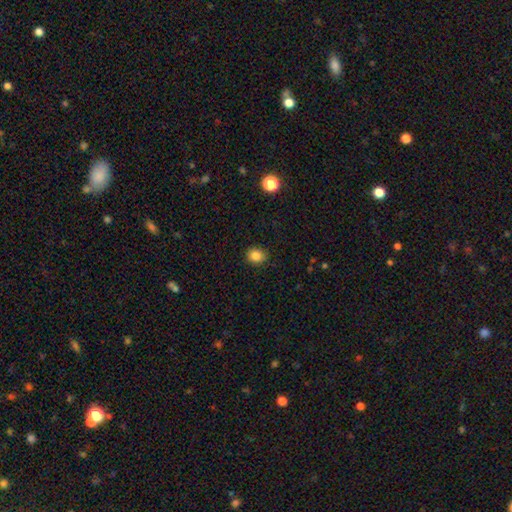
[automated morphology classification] Smooth or featured? Predicted: smooth (p=0.85). How rounded? Predicted: round (p=0.72). Merging? Predicted: none (p=0.88).